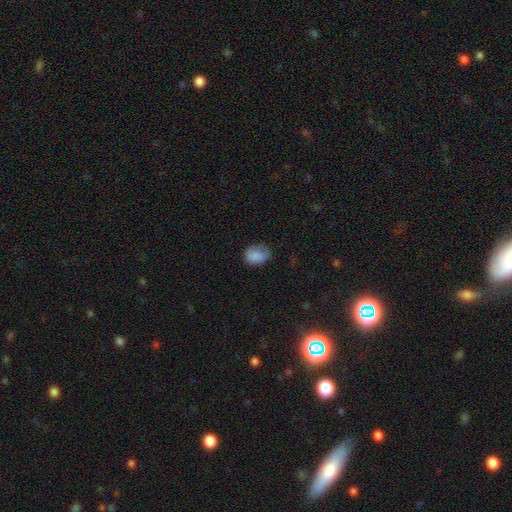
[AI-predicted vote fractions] smooth 84%, star or artifact 8%, featured or disk 8%. Down the decision tree: how rounded — in between (58%); merging — none (65%).